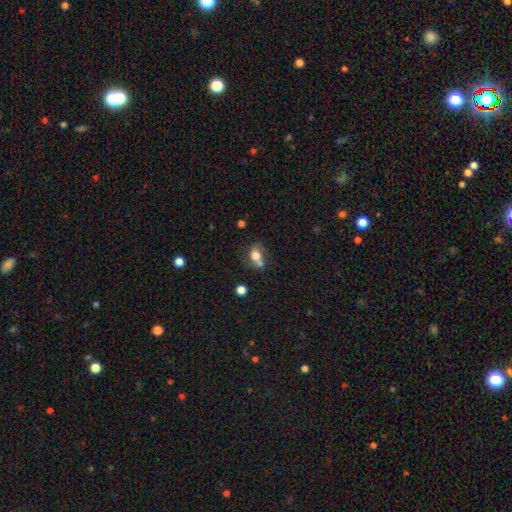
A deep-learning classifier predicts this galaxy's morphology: type=smooth (73%); roundness=in between (55%); merging=none (41%).